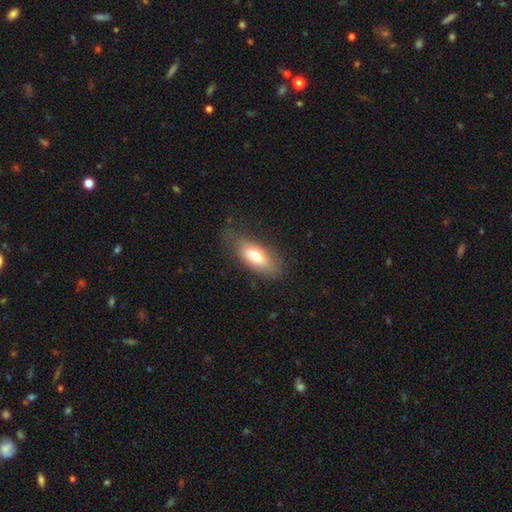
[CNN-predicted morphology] This is likely a smooth galaxy (69%). How rounded: clearly in between (82%). Merging: likely none (67%).